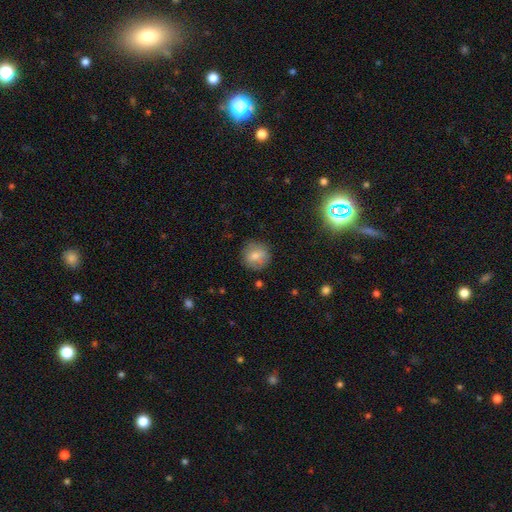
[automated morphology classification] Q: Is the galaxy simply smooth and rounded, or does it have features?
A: smooth — 76%.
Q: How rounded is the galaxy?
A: round — 93%.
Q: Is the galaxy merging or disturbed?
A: none — 86%.